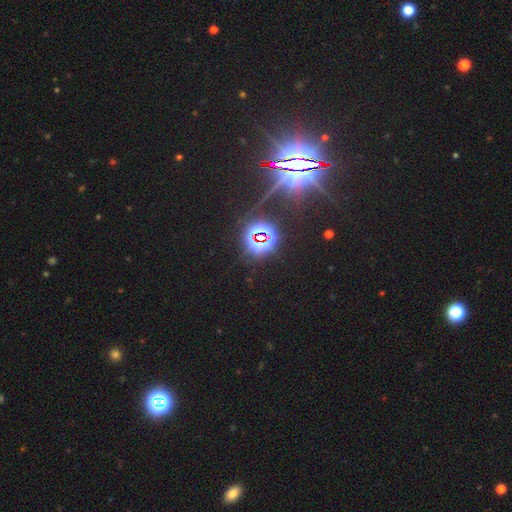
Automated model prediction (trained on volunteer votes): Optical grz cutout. It shows a star or artifact, not a galaxy (83%).